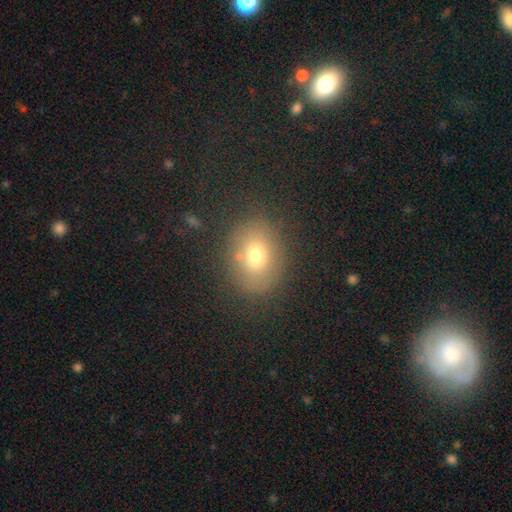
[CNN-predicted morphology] Smooth or featured? smooth (70%)
How rounded? in between (51%)
Merging? none (78%)